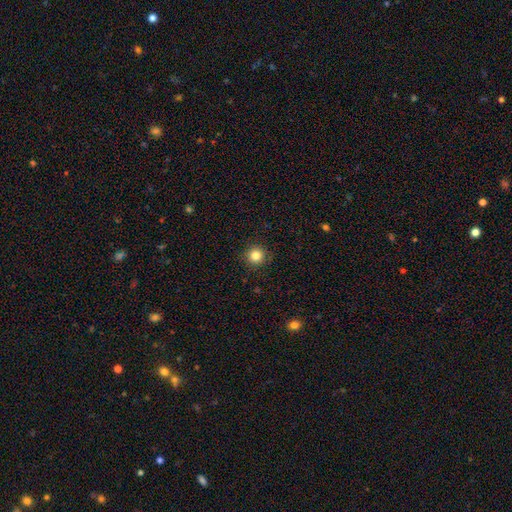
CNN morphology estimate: Smooth or featured: smooth — 83% (star or artifact — 12%)
How rounded: round — 95% (in between — 4%)
Merging: none — 92% (minor disturbance — 5%)